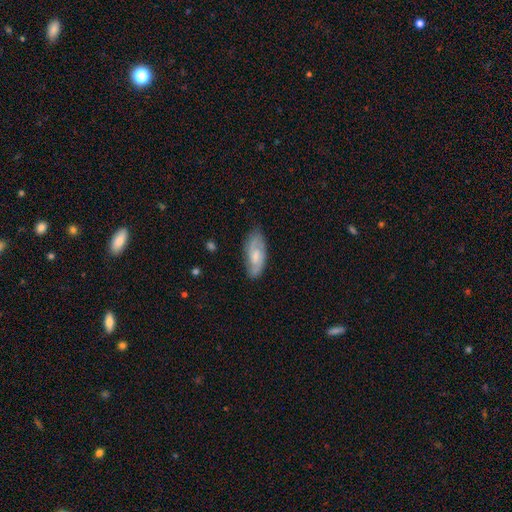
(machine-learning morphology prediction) Q: Smooth or featured?
A: featured or disk (59%); runner-up: smooth (35%)
Q: Edge-on disk?
A: no (92%); runner-up: yes (8%)
Q: Bar?
A: no (50%); runner-up: weak (43%)
Q: Spiral arms?
A: yes (90%); runner-up: no (10%)
Q: Bulge size?
A: moderate (39%); runner-up: small (33%)
Q: Merging?
A: none (76%); runner-up: minor disturbance (18%)